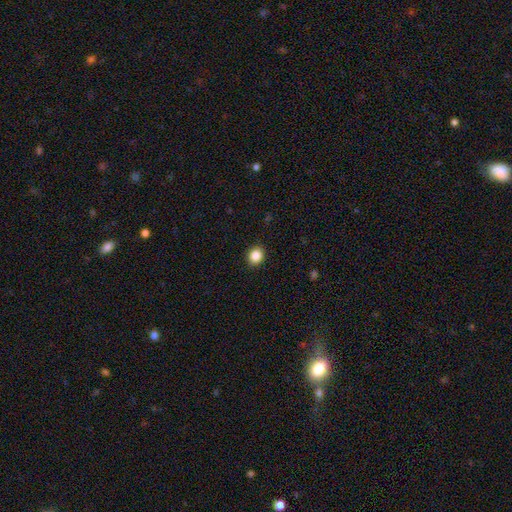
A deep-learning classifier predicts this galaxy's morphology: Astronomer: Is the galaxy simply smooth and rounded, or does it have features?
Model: smooth — 86%.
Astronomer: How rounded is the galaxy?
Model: round — 68%.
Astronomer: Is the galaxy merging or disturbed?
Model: none — 91%.